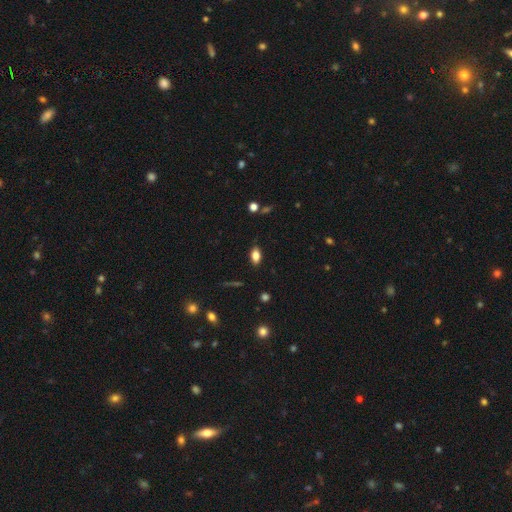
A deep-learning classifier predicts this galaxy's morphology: smooth 80%, featured or disk 10%, star or artifact 10%. Down the decision tree: how rounded — in between (88%); merging — none (85%).